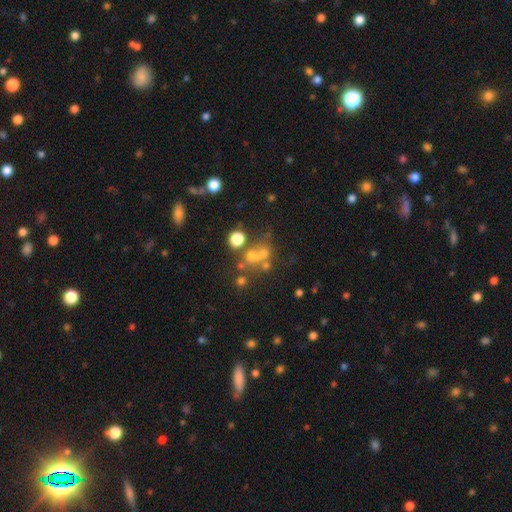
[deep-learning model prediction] smooth 48%, star or artifact 26%, featured or disk 26%. Down the decision tree: merging — merger (42%).